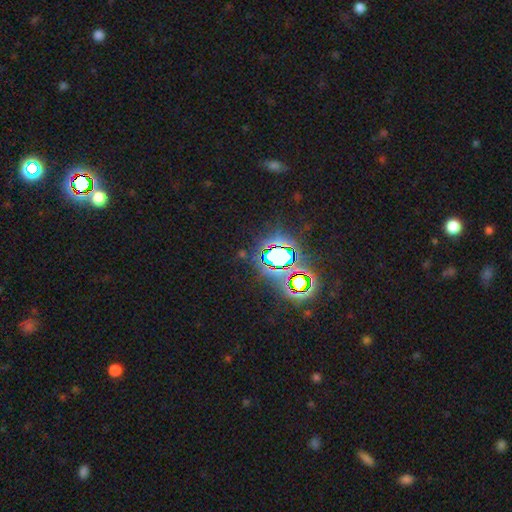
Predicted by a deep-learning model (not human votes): Smooth or featured? Predicted: star or artifact (p=0.81).